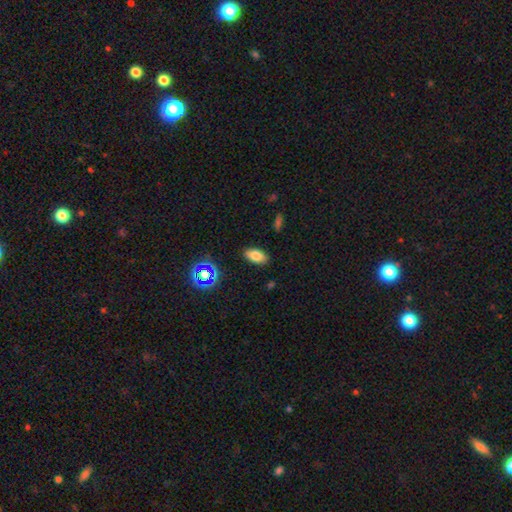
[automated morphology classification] smooth_or_featured: smooth (p=0.78) [alt: star or artifact p=0.12]
how_rounded: in between (p=0.90) [alt: round p=0.05]
merging: none (p=0.86) [alt: minor disturbance p=0.10]